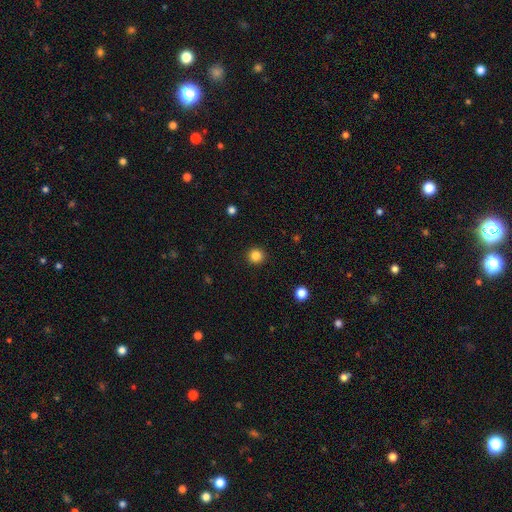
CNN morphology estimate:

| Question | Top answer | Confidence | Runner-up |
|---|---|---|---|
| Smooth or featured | smooth | 84% | star or artifact (12%) |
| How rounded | round | 94% | in between (5%) |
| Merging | none | 92% | minor disturbance (5%) |